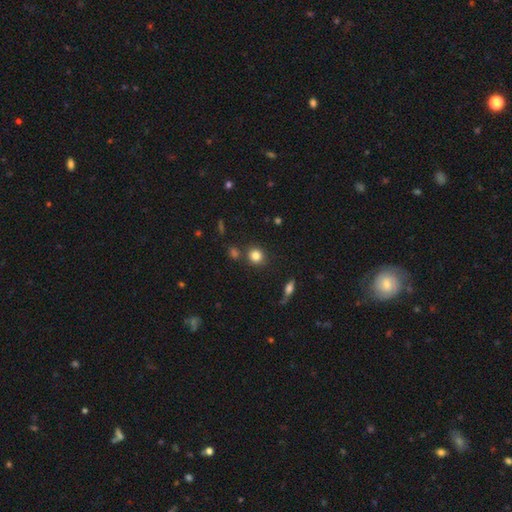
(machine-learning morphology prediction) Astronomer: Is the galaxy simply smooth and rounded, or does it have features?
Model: smooth — 83%.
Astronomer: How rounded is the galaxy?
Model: round — 85%.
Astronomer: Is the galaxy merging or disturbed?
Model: none — 81%.